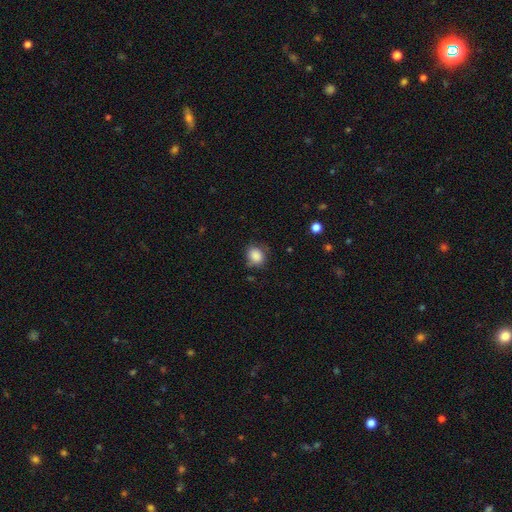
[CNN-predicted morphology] smooth_or_featured: smooth (p=0.87) [alt: star or artifact p=0.09]
how_rounded: round (p=0.57) [alt: in between p=0.42]
merging: none (p=0.70) [alt: minor disturbance p=0.22]